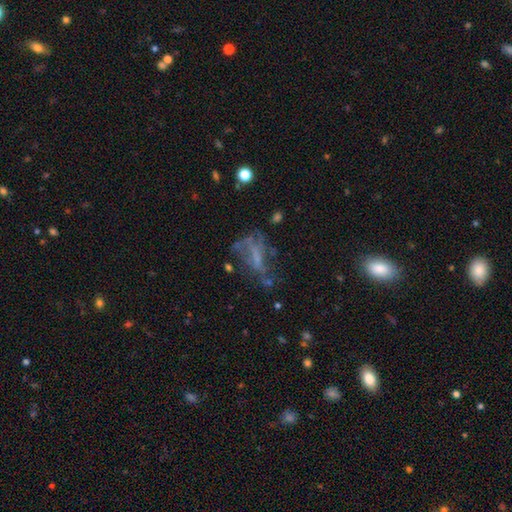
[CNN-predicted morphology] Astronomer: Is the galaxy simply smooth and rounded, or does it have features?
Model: featured or disk — 49% (runner-up: smooth, 27%).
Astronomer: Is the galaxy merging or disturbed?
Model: major disturbance — 37% (runner-up: none, 36%).